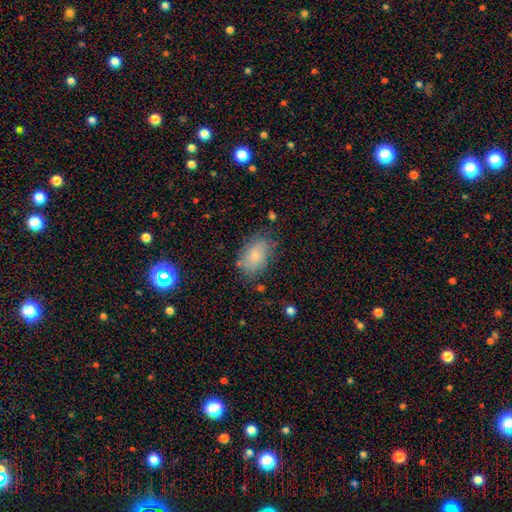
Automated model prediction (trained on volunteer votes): smooth_or_featured: smooth (p=0.77) [alt: featured or disk p=0.14]
how_rounded: in between (p=0.87) [alt: round p=0.11]
merging: none (p=0.73) [alt: minor disturbance p=0.19]